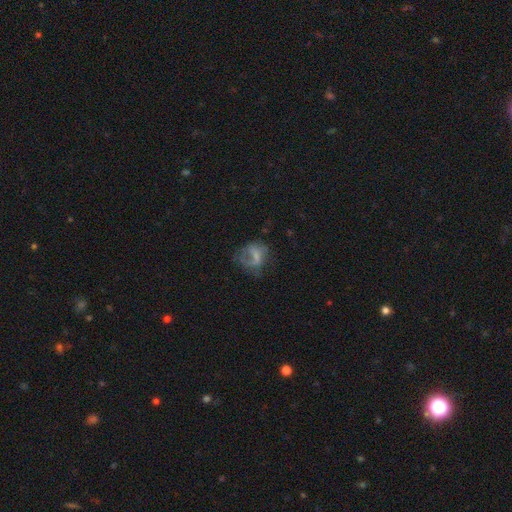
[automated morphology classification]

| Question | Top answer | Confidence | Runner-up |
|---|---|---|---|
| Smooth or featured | featured or disk | 47% | smooth (41%) |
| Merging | major disturbance | 41% | none (34%) |